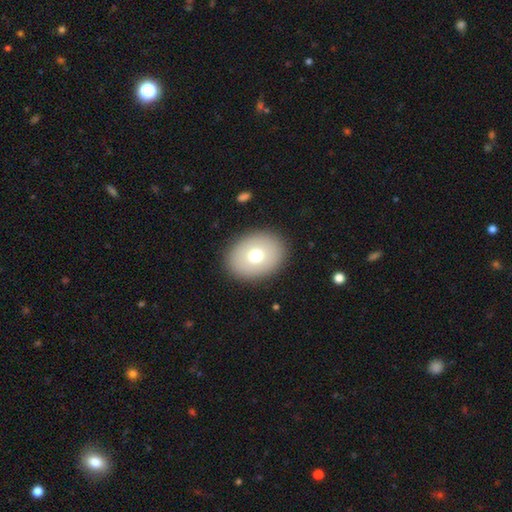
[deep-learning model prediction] Smooth or featured: smooth — 71% (featured or disk — 19%)
How rounded: in between — 58% (round — 41%)
Merging: none — 90% (minor disturbance — 7%)